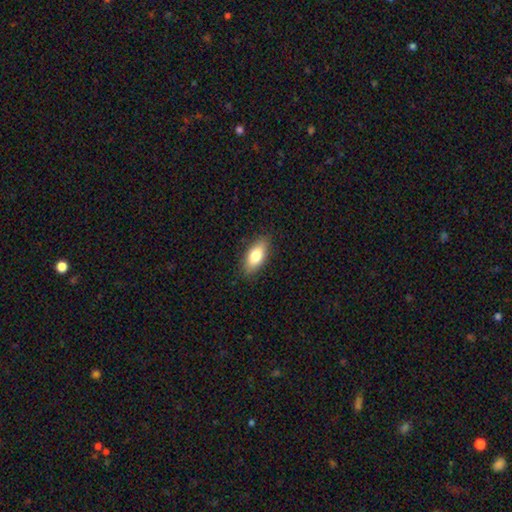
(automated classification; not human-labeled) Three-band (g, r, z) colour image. It shows a smooth galaxy with no disk features (77%) that is in between round and cigar-shaped (84%). Merging: none (87%).